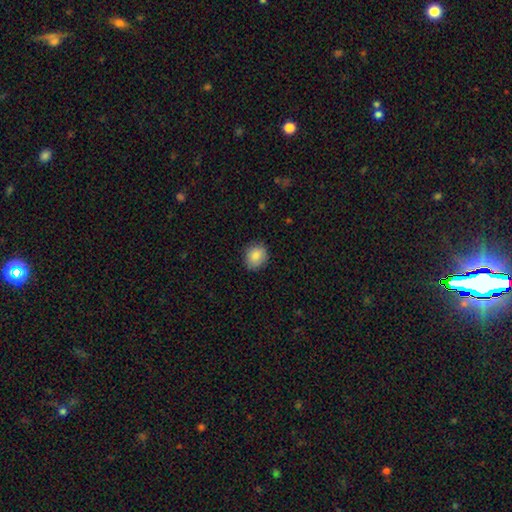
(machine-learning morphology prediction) Overall: smooth (86%). How rounded: round (63%; in between 36%). Merging: none (84%).